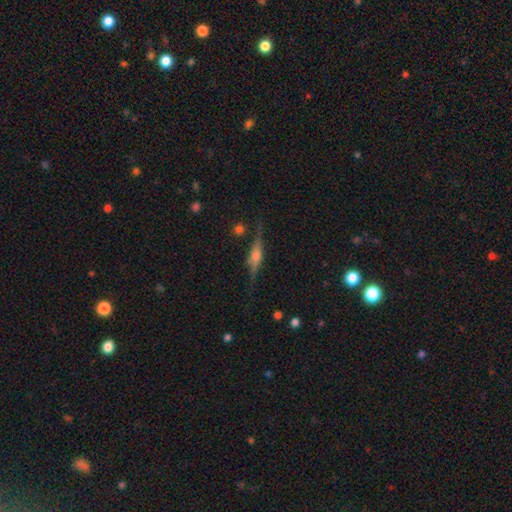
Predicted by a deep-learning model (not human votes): featured or disk 76%, smooth 16%, star or artifact 9%. Down the decision tree: edge-on disk — yes (96%); edge-on bulge — rounded (81%); merging — none (82%).